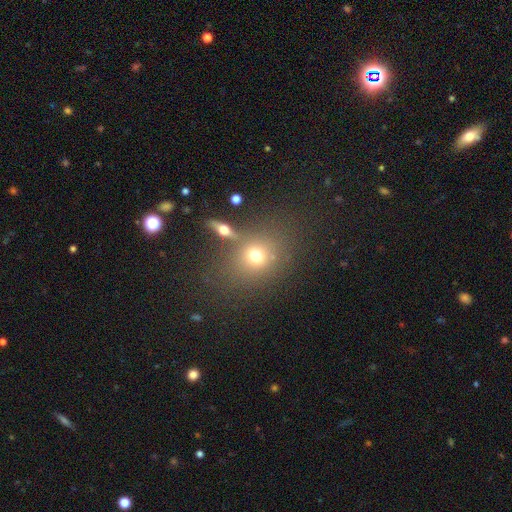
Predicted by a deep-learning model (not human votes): This appears to be a smooth galaxy with no disk features (68%) that is round (64%). Merging: none (67%).